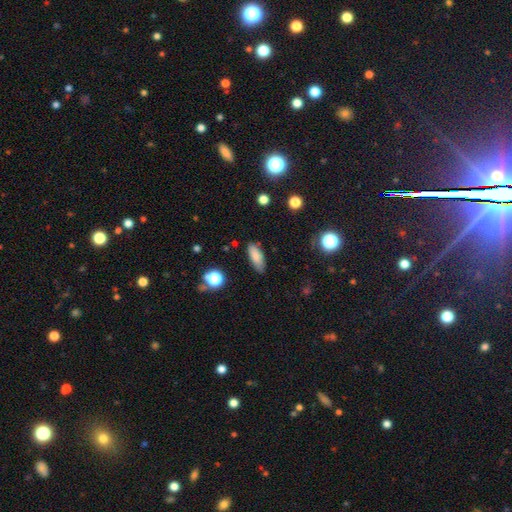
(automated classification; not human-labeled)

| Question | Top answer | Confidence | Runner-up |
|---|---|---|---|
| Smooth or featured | smooth | 82% | featured or disk (9%) |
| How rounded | in between | 73% | cigar-shaped (24%) |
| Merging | none | 81% | minor disturbance (14%) |